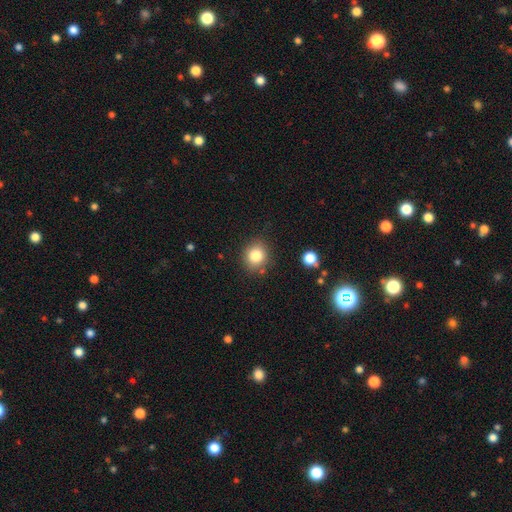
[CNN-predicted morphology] smooth 82%, star or artifact 11%, featured or disk 7%. Down the decision tree: how rounded — round (79%); merging — none (84%).